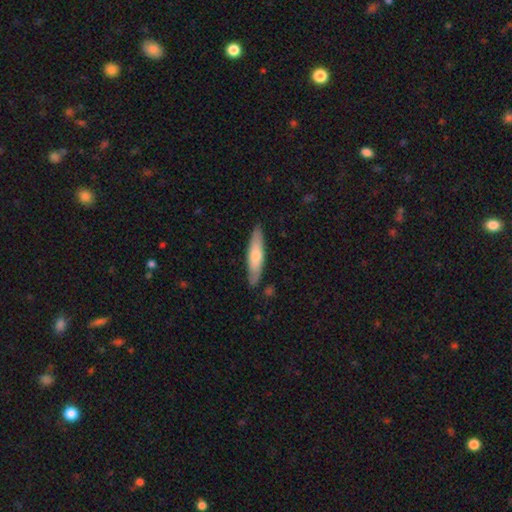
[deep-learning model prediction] Smooth or featured?
  - smooth: 62% *
  - featured or disk: 33%
  - star or artifact: 5%
How rounded?
  - cigar-shaped: 78% *
  - in between: 20%
  - round: 1%
Merging?
  - none: 86% *
  - minor disturbance: 11%
  - major disturbance: 2%
  - merger: 1%